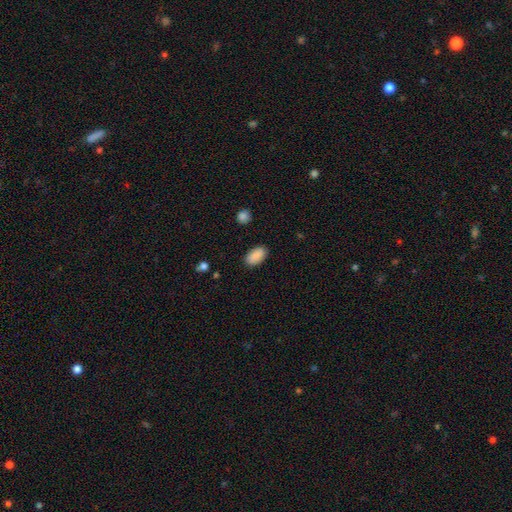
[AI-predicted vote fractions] Smooth or featured? Predicted: smooth (p=0.90). How rounded? Predicted: in between (p=0.94). Merging? Predicted: none (p=0.88).